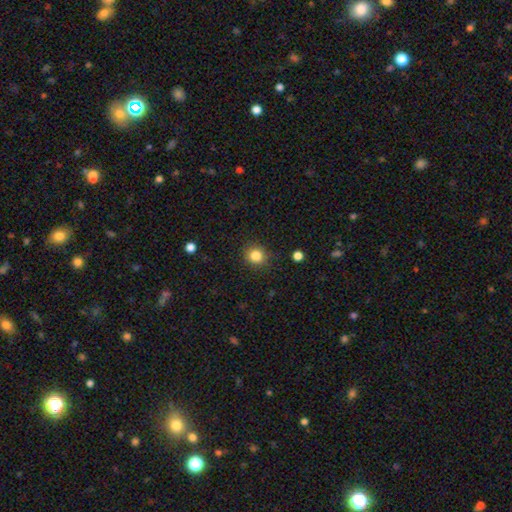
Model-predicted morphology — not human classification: smooth_or_featured: smooth (p=0.84) [alt: star or artifact p=0.11]
how_rounded: round (p=0.89) [alt: in between p=0.10]
merging: none (p=0.88) [alt: minor disturbance p=0.09]